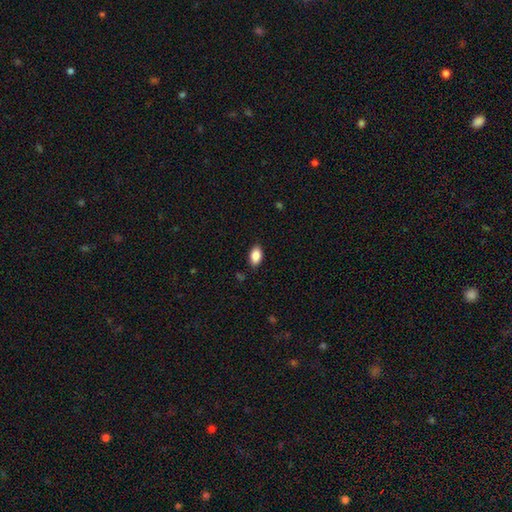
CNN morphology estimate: Smooth or featured? smooth (87%)
How rounded? in between (92%)
Merging? none (87%)